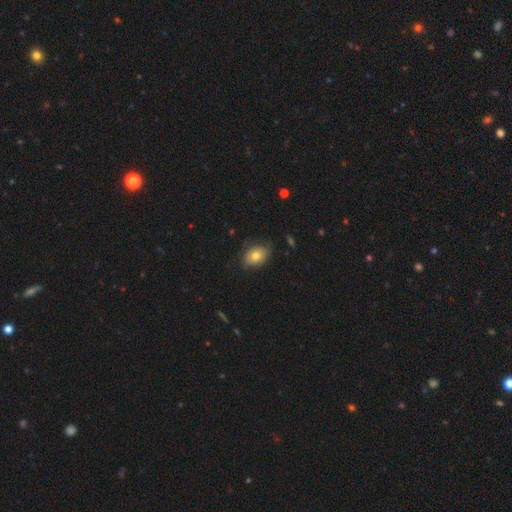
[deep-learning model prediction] smooth_or_featured: smooth (p=0.71) [alt: featured or disk p=0.21]
how_rounded: in between (p=0.72) [alt: round p=0.27]
merging: none (p=0.72) [alt: minor disturbance p=0.21]